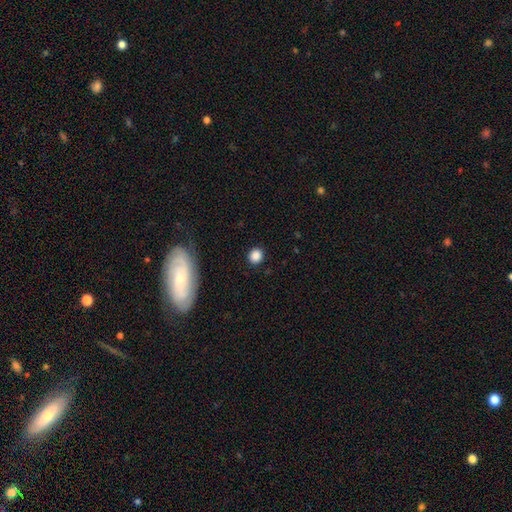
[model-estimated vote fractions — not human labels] Smooth or featured? Predicted: smooth (p=0.85). How rounded? Predicted: round (p=0.84). Merging? Predicted: none (p=0.90).